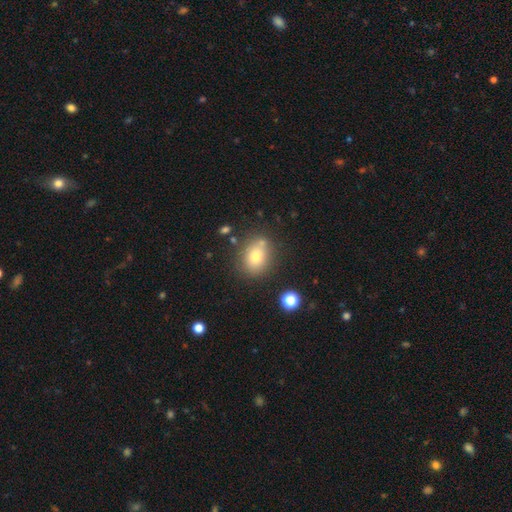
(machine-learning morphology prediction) A smooth galaxy with no disk features (74%) that is round (56%).

Vote fractions:
- Smooth or featured? smooth: 74% / featured or disk: 14% / star or artifact: 13%
- How rounded? round: 56% / in between: 43% / cigar-shaped: 1%
- Merging? none: 73% / minor disturbance: 14% / merger: 10% / major disturbance: 4%